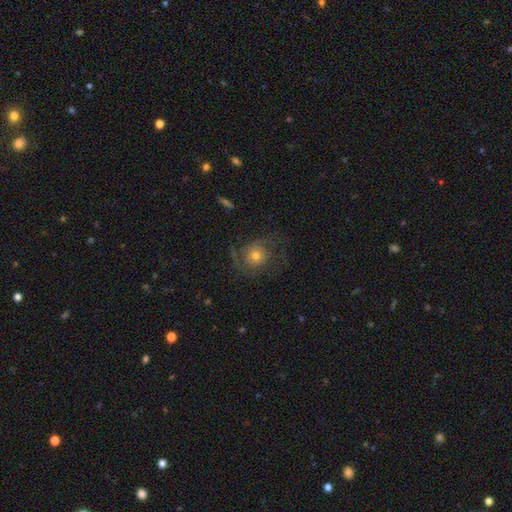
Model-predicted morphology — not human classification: A featured or disk galaxy (63%) with no bar (81%), 2 (59%) medium (43%) spiral arms (85%) and a moderate central bulge (50%). Merging: none (59%).